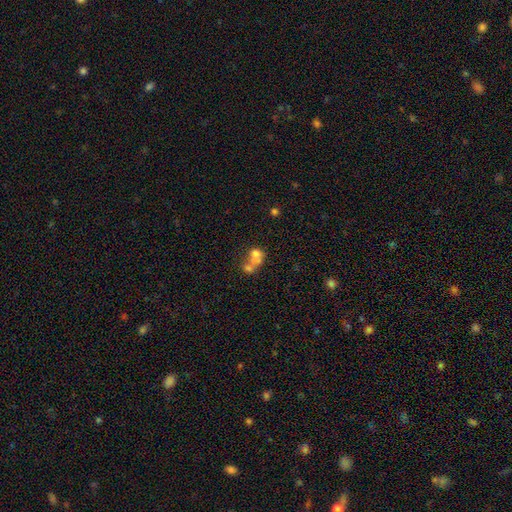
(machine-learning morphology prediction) type=smooth (61%); roundness=round (63%); merging=merger (62%).